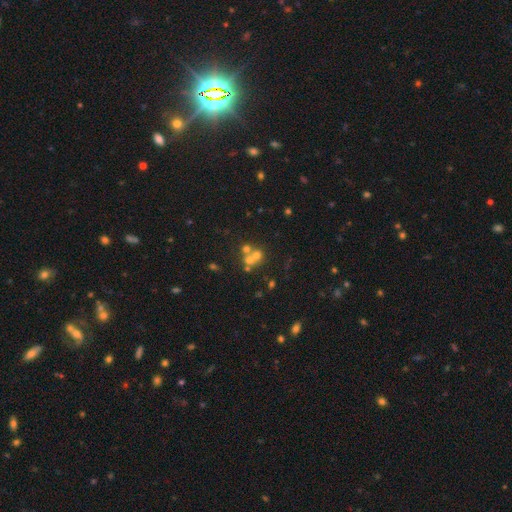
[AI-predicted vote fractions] smooth 50%, featured or disk 28%, star or artifact 21%. Down the decision tree: how rounded — round (79%); merging — merger (53%).